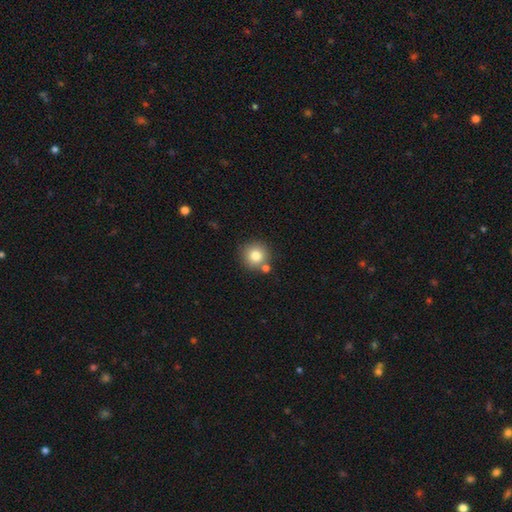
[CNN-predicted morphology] smooth 80%, star or artifact 11%, featured or disk 9%. Down the decision tree: how rounded — round (94%); merging — none (76%).